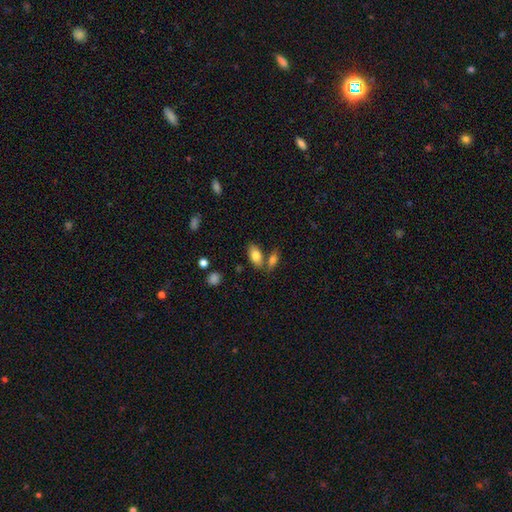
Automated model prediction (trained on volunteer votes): A smooth galaxy with no disk features (81%) that is in between round and cigar-shaped (91%).

Vote fractions:
- Smooth or featured? smooth: 81% / featured or disk: 12% / star or artifact: 7%
- How rounded? in between: 91% / cigar-shaped: 4% / round: 4%
- Merging? none: 63% / merger: 22% / minor disturbance: 12% / major disturbance: 3%